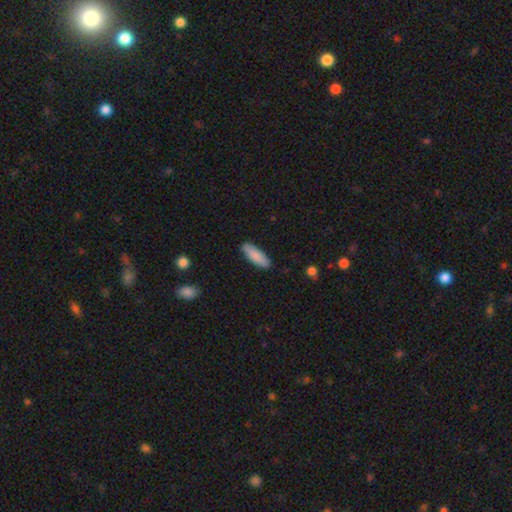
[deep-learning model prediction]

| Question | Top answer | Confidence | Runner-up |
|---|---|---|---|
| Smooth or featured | smooth | 87% | featured or disk (7%) |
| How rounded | in between | 53% | cigar-shaped (45%) |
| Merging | none | 86% | minor disturbance (11%) |